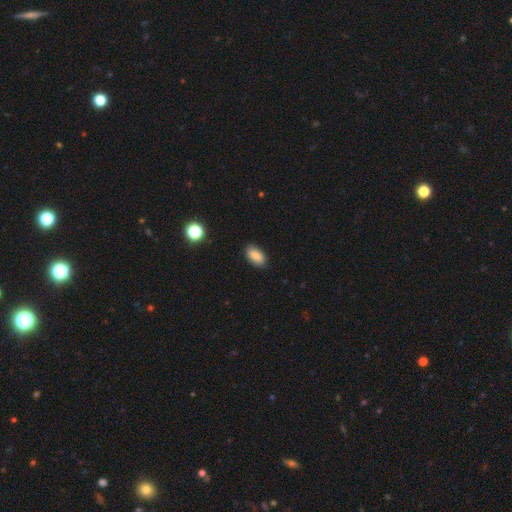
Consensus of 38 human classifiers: Overall: smooth (92%). How rounded: in between (100%). Merging: none (94%).